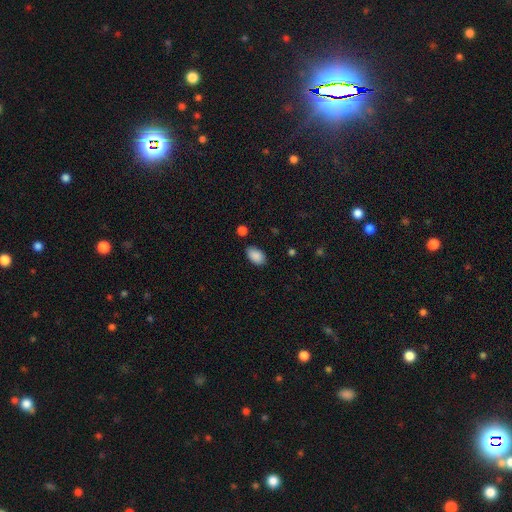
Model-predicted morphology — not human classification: This appears to be a smooth galaxy with no disk features (89%) that is in between round and cigar-shaped (92%). Merging: none (80%).